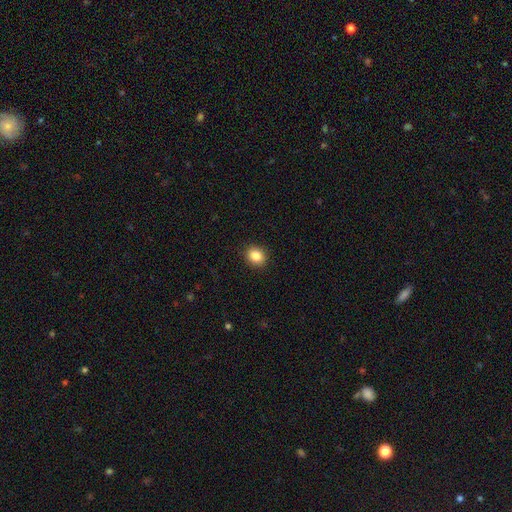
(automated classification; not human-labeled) smooth-or-featured: smooth: 86% | star or artifact: 9% | featured or disk: 5%
  how-rounded: round: 58% | in between: 41% | cigar-shaped: 1%
  merging: none: 90% | minor disturbance: 7% | major disturbance: 2% | merger: 1%